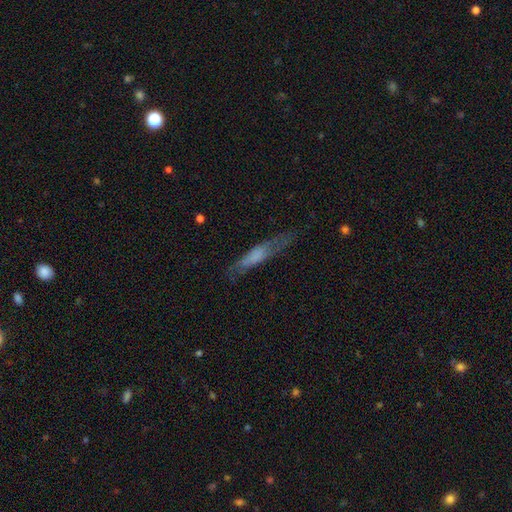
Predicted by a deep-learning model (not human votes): Smooth or featured? Predicted: smooth (p=0.55). How rounded? Predicted: cigar-shaped (p=0.86). Merging? Predicted: none (p=0.67).